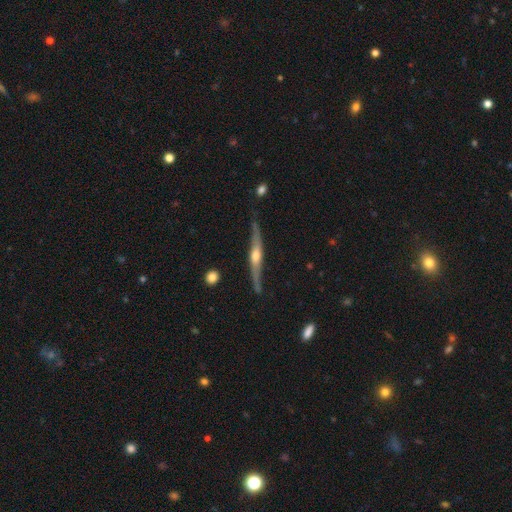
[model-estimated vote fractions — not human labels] Smooth or featured: featured or disk — 78% (smooth — 17%)
Edge-on disk: yes — 94% (no — 6%)
Edge-on bulge: rounded — 86% (none — 8%)
Merging: none — 76% (minor disturbance — 18%)